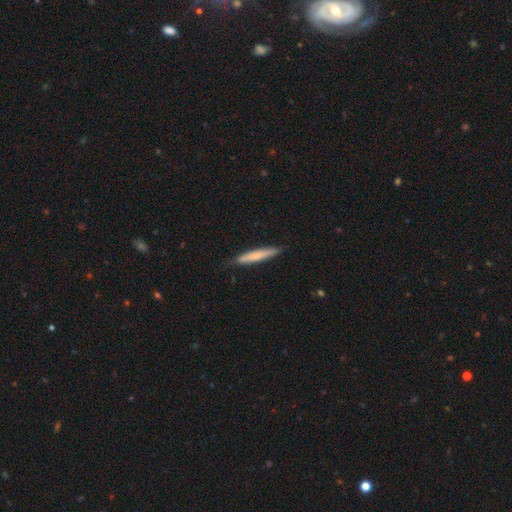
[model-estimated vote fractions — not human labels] smooth_or_featured: smooth (p=0.68) [alt: featured or disk p=0.27]
how_rounded: cigar-shaped (p=0.94) [alt: in between p=0.05]
merging: none (p=0.84) [alt: minor disturbance p=0.13]